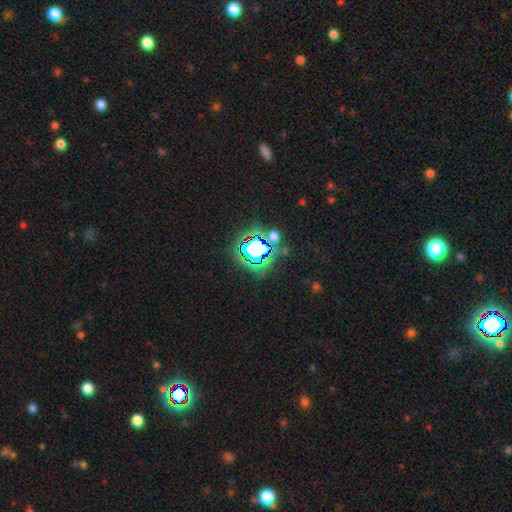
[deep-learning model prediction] Smooth or featured?
  - star or artifact: 79% *
  - smooth: 14%
  - featured or disk: 7%